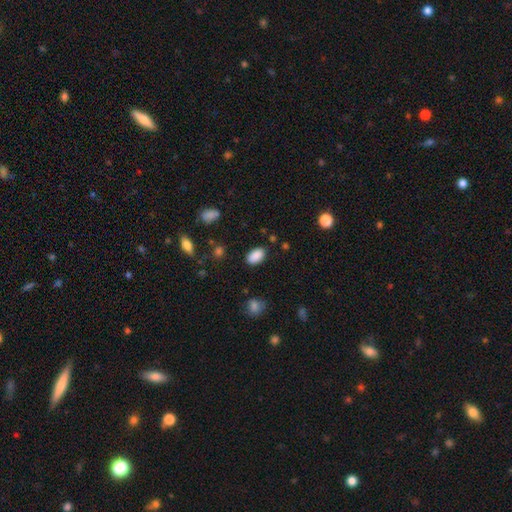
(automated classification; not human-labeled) This appears to be a smooth galaxy with no disk features (88%) that is in between round and cigar-shaped (92%). Merging: none (84%).